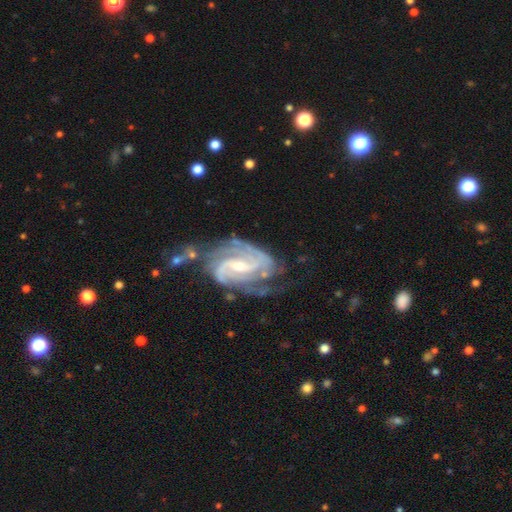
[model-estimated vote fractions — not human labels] A featured or disk galaxy (92%) with a weak bar (48%), 2 (67%) medium (48%) spiral arms (98%) and a small central bulge (56%). Merging: none (64%).